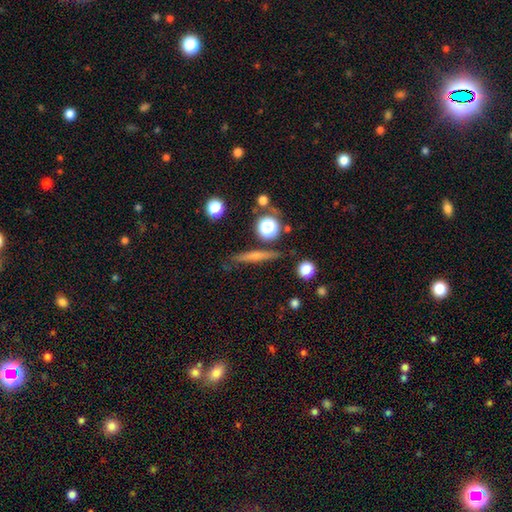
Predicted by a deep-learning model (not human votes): Overall: smooth (50%; featured or disk 39%). How rounded: cigar-shaped (84%). Merging: none (83%).